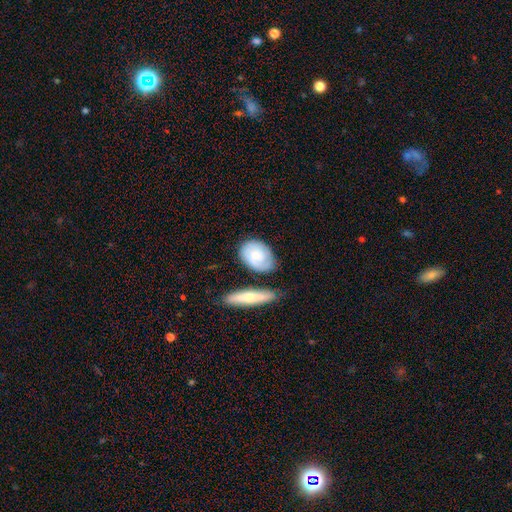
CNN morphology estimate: A smooth galaxy with no disk features (51%) that is in between round and cigar-shaped (76%). Merging: none (67%).